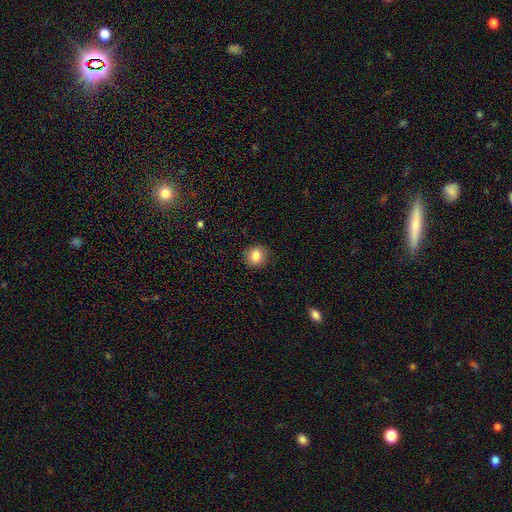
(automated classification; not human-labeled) This appears to be a smooth galaxy with no disk features (83%) that is round (77%). Merging: none (87%).